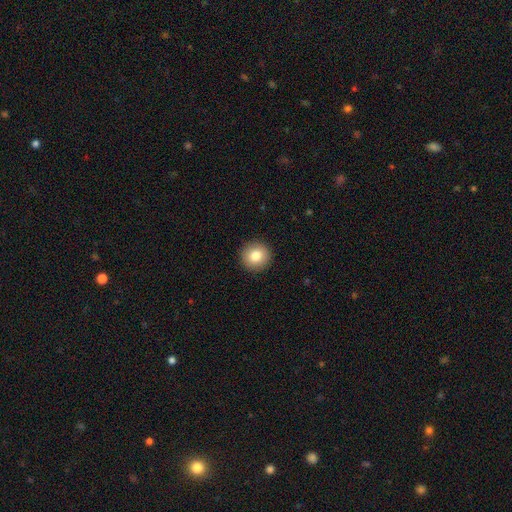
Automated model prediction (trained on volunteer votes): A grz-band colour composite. It shows a smooth galaxy with no disk features (82%) that is round (94%). Merging: none (93%).